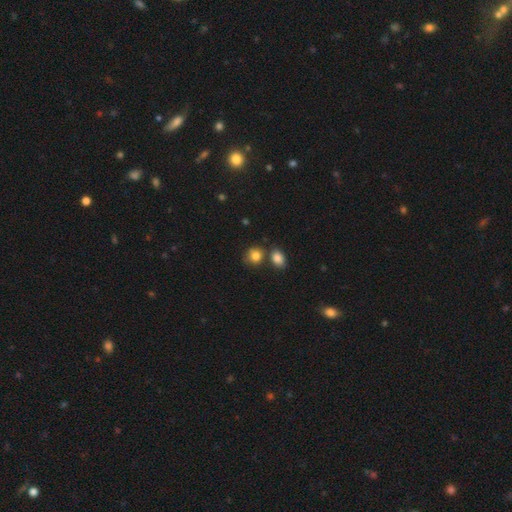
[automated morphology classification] type=smooth (83%); roundness=round (68%); merging=none (60%).